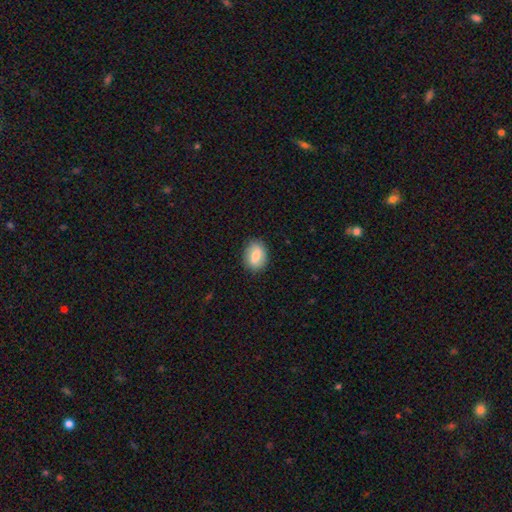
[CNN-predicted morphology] type=smooth (77%); roundness=in between (72%); merging=none (85%).